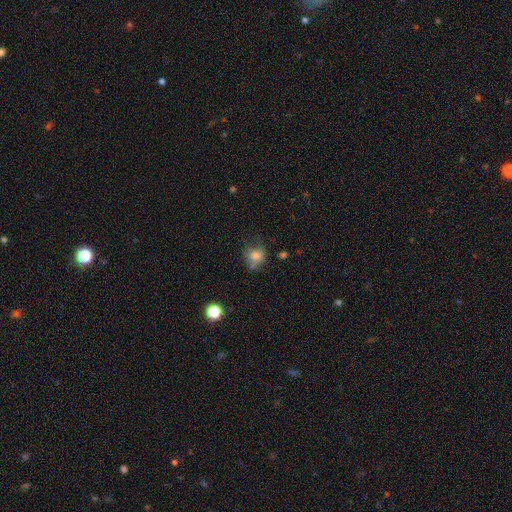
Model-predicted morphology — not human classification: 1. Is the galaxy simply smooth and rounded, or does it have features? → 75% smooth, 14% featured or disk, 12% star or artifact.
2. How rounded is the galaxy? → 66% round, 33% in between, 1% cigar-shaped.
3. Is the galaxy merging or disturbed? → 55% none, 26% minor disturbance, 12% major disturbance, 8% merger.